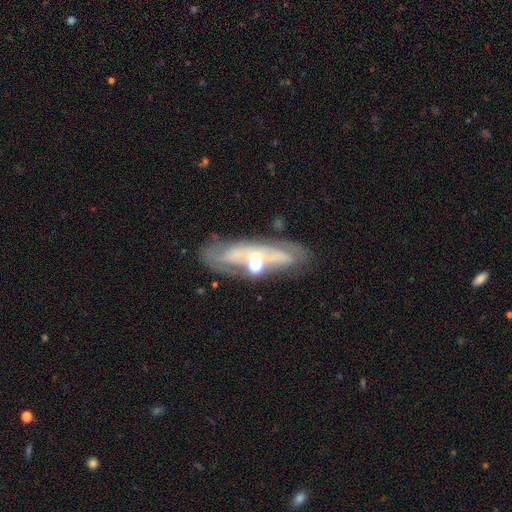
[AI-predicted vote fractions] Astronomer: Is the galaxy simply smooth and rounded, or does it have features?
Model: featured or disk — 68%.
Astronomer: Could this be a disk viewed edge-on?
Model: no — 75%.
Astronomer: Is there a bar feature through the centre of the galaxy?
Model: no — 57%.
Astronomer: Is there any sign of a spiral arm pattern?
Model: yes — 65%.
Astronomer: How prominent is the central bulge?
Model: moderate — 47% (runner-up: small, 37%).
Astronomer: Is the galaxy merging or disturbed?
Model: none — 56%.